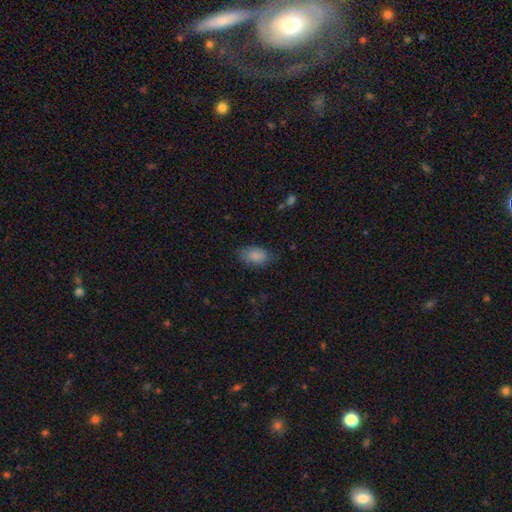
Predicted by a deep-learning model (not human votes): Smooth or featured? Predicted: smooth (p=0.85). How rounded? Predicted: in between (p=0.92). Merging? Predicted: none (p=0.74).